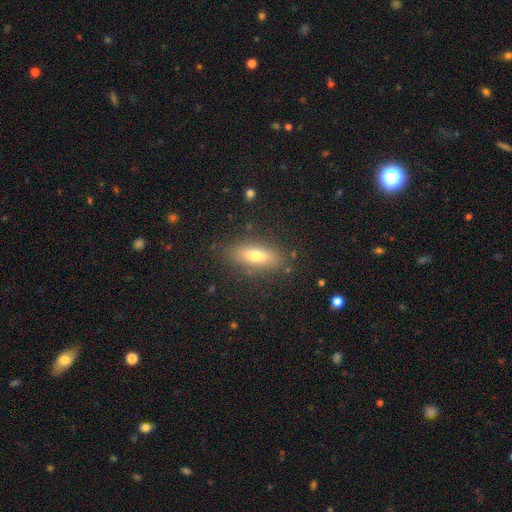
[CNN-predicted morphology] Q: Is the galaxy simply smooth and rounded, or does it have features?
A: smooth — 70%.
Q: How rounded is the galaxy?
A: in between — 63%.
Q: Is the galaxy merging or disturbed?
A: none — 86%.